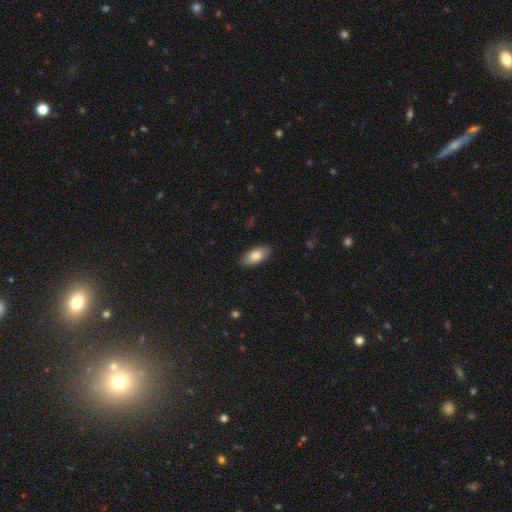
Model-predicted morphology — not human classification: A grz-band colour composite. It shows a smooth galaxy with no disk features (84%) that is in between round and cigar-shaped (91%). Merging: none (87%).